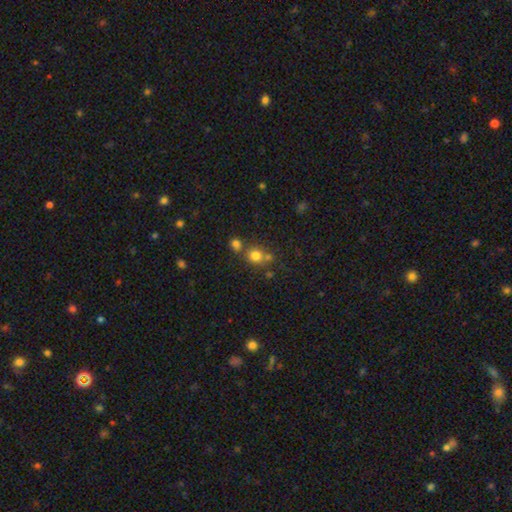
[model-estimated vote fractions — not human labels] This is likely a smooth galaxy (75%). How rounded: clearly round (84%). Merging: possibly none (59%).